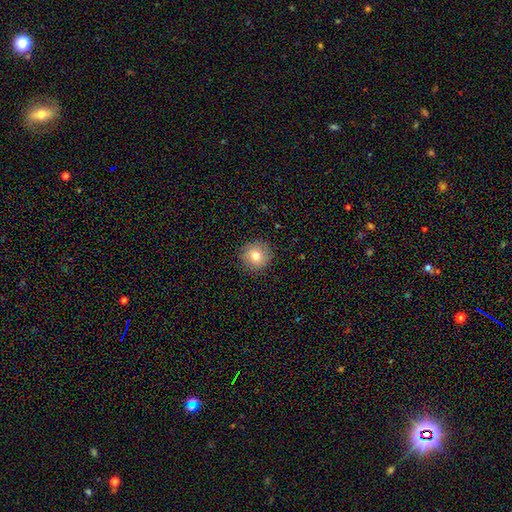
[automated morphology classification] Overall: smooth (75%). How rounded: round (94%). Merging: none (89%).